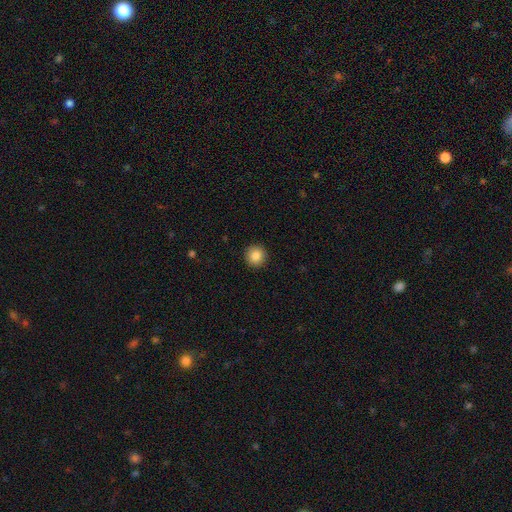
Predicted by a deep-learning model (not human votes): Smooth or featured?
  - smooth: 86% *
  - star or artifact: 9%
  - featured or disk: 5%
How rounded?
  - round: 95% *
  - in between: 4%
  - cigar-shaped: 1%
Merging?
  - none: 93% *
  - minor disturbance: 5%
  - major disturbance: 2%
  - merger: 1%